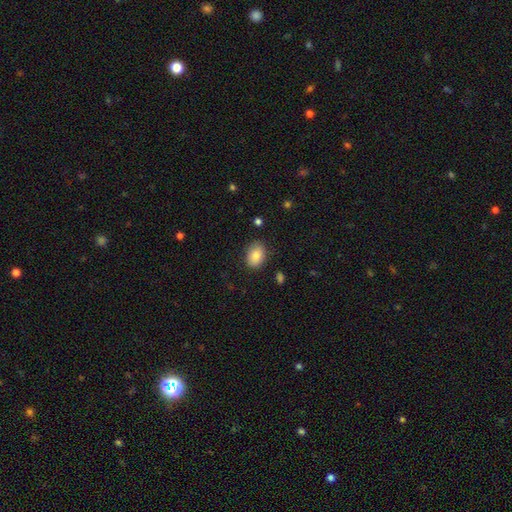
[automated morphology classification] Smooth or featured? smooth (84%)
How rounded? in between (78%)
Merging? none (83%)